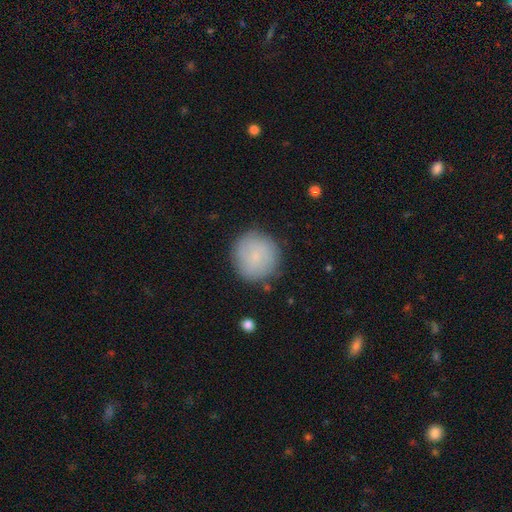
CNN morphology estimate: smooth-or-featured: smooth: 77% | featured or disk: 15% | star or artifact: 8%
  how-rounded: round: 94% | in between: 5% | cigar-shaped: 1%
  merging: none: 83% | minor disturbance: 12% | major disturbance: 3% | merger: 2%